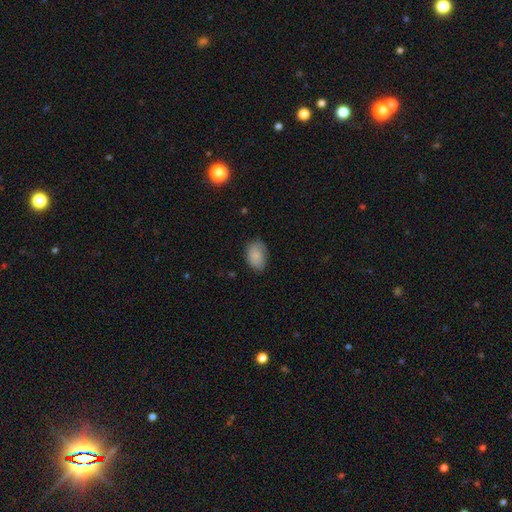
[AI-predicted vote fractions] Smooth or featured: smooth — 82% (featured or disk — 11%)
How rounded: in between — 83% (round — 16%)
Merging: none — 72% (minor disturbance — 22%)